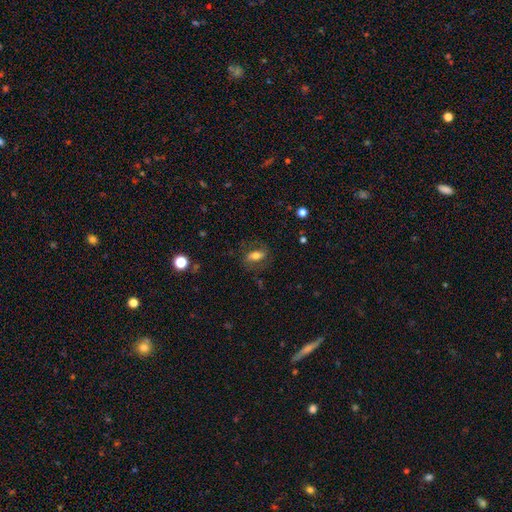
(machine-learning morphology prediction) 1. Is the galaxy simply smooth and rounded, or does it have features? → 57% smooth, 34% featured or disk, 9% star or artifact.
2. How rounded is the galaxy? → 80% in between, 10% cigar-shaped, 10% round.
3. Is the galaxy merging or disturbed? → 72% none, 16% minor disturbance, 11% major disturbance, 1% merger.